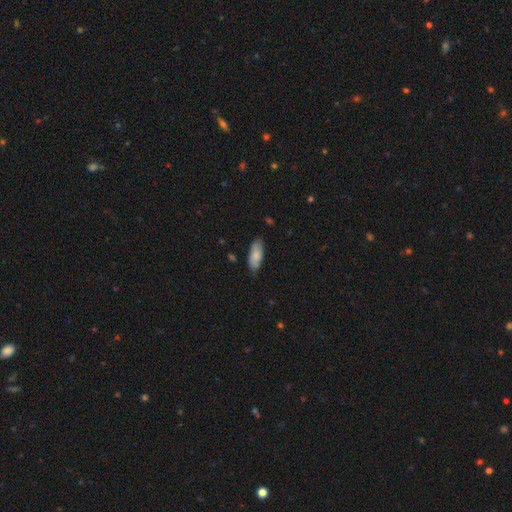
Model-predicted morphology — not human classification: This is likely a smooth galaxy (78%). How rounded: clearly in between (81%). Merging: likely none (77%).